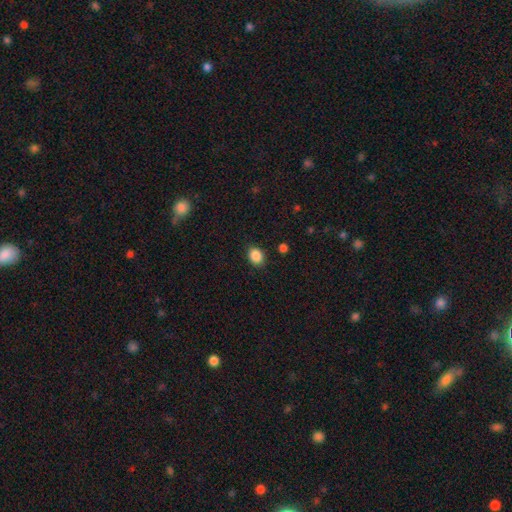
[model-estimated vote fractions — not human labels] A smooth galaxy with no disk features (87%) that is round (50%).

Vote fractions:
- Smooth or featured? smooth: 87% / star or artifact: 9% / featured or disk: 3%
- How rounded? round: 50% / in between: 49% / cigar-shaped: 1%
- Merging? none: 87% / minor disturbance: 9% / major disturbance: 3% / merger: 2%